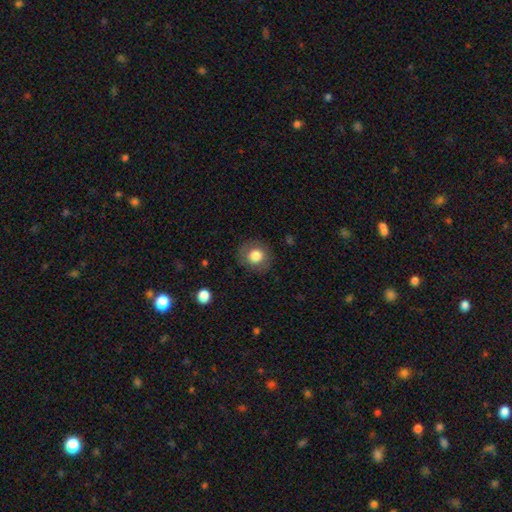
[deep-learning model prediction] This is likely a smooth galaxy (79%). How rounded: clearly round (88%). Merging: clearly none (84%).